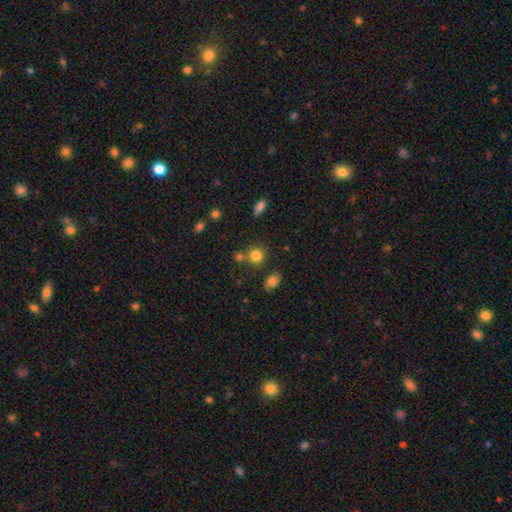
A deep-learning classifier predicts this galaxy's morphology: A smooth galaxy with no disk features (81%) that is round (86%). Merging: none (68%).